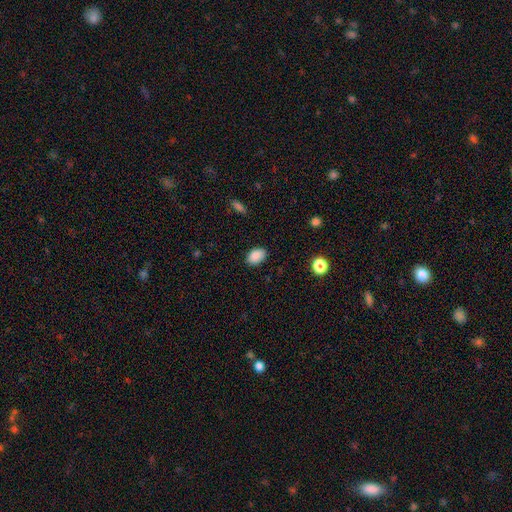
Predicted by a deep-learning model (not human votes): Overall: smooth (88%). How rounded: in between (84%). Merging: none (85%).